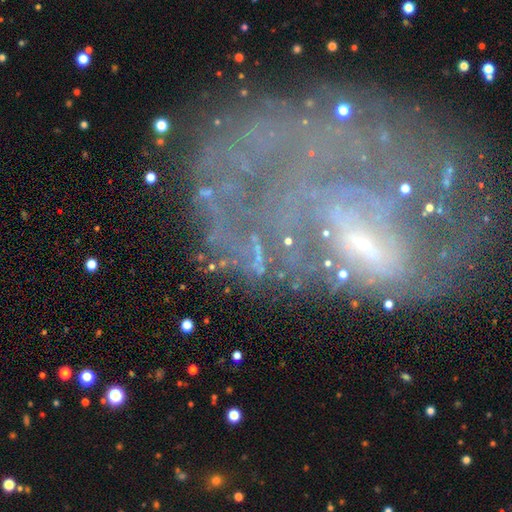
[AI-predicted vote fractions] Q: Smooth or featured?
A: featured or disk (51%); runner-up: star or artifact (36%)
Q: Edge-on disk?
A: no (88%); runner-up: yes (12%)
Q: Merging?
A: none (59%); runner-up: major disturbance (18%)